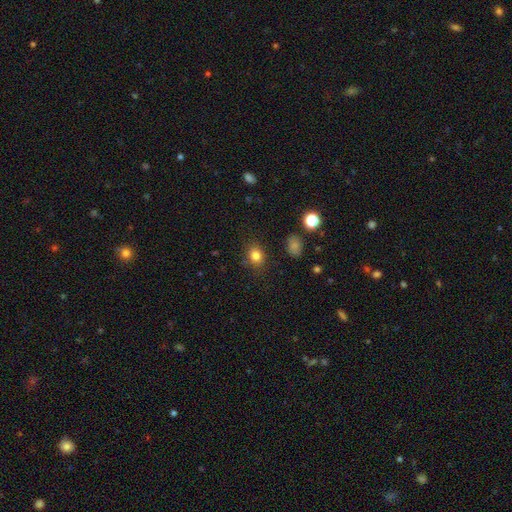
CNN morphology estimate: smooth_or_featured: smooth (p=0.82) [alt: star or artifact p=0.12]
how_rounded: round (p=0.56) [alt: in between p=0.43]
merging: none (p=0.83) [alt: minor disturbance p=0.12]